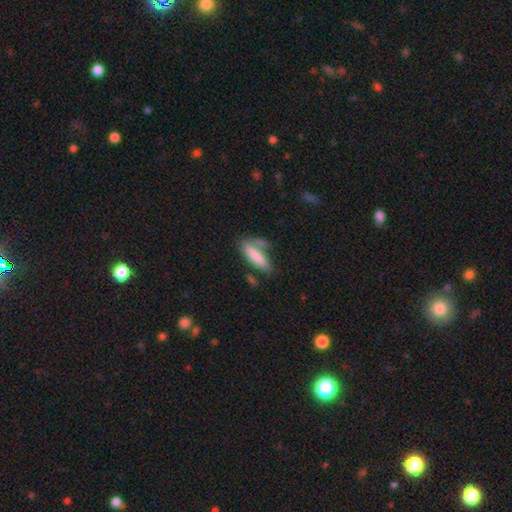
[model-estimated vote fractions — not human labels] The model was most divided on "how rounded": cigar-shaped: 52%, in between: 46%, round: 2%. More confident: smooth or featured — smooth (80%); merging — none (51%).